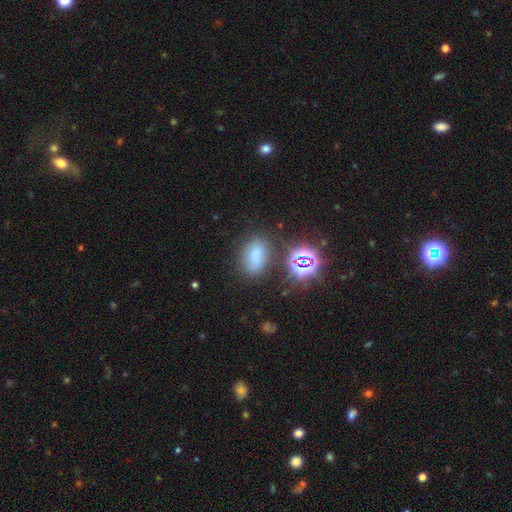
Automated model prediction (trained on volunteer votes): A smooth galaxy with no disk features (62%) that is in between round and cigar-shaped (80%).

Vote fractions:
- Smooth or featured? smooth: 62% / star or artifact: 27% / featured or disk: 11%
- How rounded? in between: 80% / round: 16% / cigar-shaped: 3%
- Merging? none: 65% / minor disturbance: 19% / major disturbance: 9% / merger: 7%